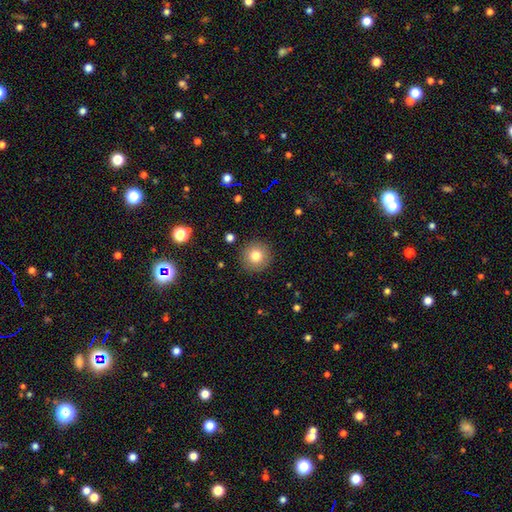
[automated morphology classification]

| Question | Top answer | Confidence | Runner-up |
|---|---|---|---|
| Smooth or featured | smooth | 80% | star or artifact (11%) |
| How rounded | round | 95% | in between (4%) |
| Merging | none | 91% | minor disturbance (6%) |